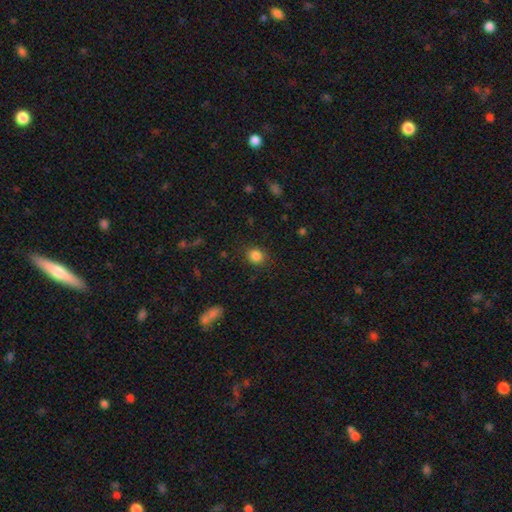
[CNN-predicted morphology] Q: Smooth or featured?
A: smooth (85%); runner-up: star or artifact (11%)
Q: How rounded?
A: round (78%); runner-up: in between (21%)
Q: Merging?
A: none (87%); runner-up: minor disturbance (9%)